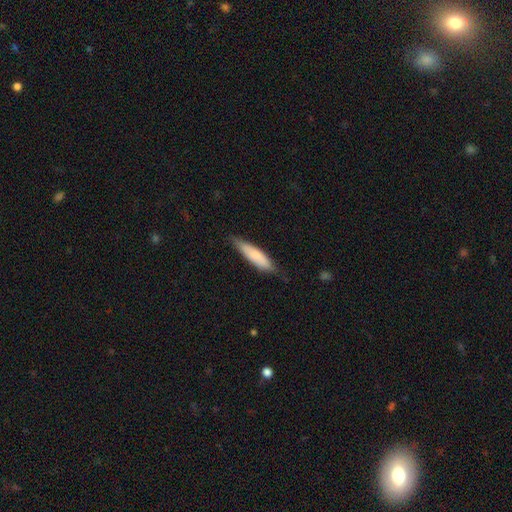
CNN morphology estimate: smooth 74%, featured or disk 20%, star or artifact 5%. Down the decision tree: how rounded — cigar-shaped (67%); merging — none (73%).